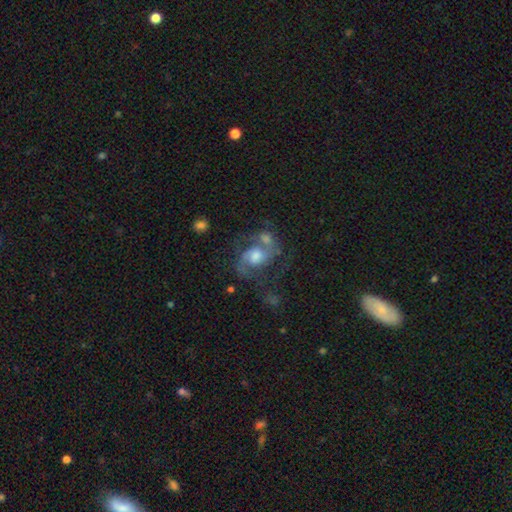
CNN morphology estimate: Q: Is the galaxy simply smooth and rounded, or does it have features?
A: featured or disk — 78%.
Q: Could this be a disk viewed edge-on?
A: no — 98%.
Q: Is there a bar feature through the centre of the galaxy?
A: no — 60%.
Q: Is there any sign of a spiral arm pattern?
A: yes — 91%.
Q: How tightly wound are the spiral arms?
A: medium — 54%.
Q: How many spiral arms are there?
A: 2 — 85%.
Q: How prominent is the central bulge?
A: moderate — 55%.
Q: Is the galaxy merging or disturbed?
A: none — 41%.